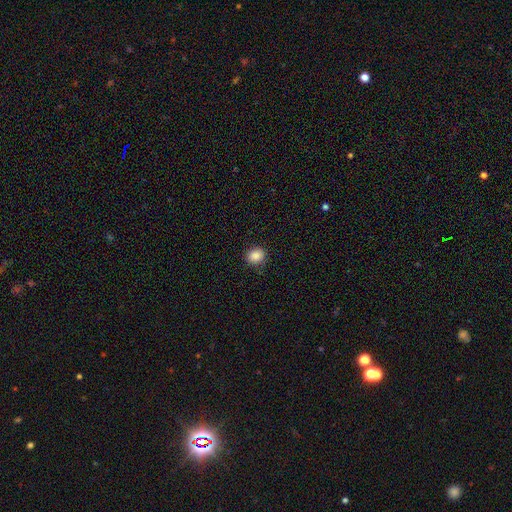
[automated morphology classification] Smooth or featured: smooth — 87% (star or artifact — 9%)
How rounded: round — 70% (in between — 29%)
Merging: none — 87% (minor disturbance — 10%)